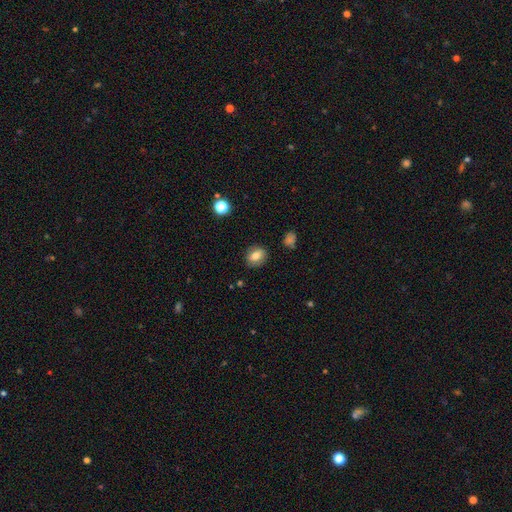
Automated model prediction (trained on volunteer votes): Q: Smooth or featured?
A: smooth (76%); runner-up: featured or disk (14%)
Q: How rounded?
A: in between (54%); runner-up: round (45%)
Q: Merging?
A: none (85%); runner-up: minor disturbance (10%)